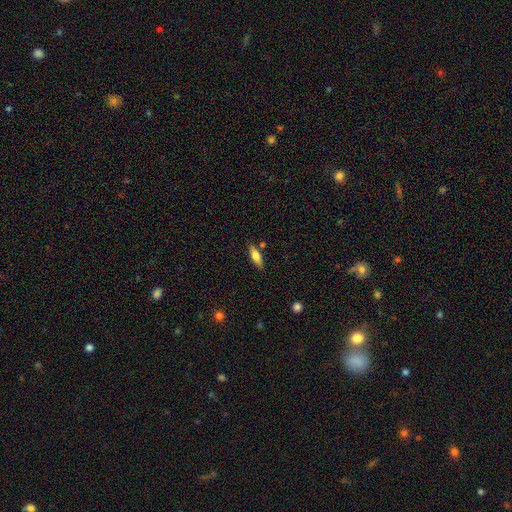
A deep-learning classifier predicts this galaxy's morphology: Overall: smooth (69%). How rounded: in between (58%; cigar-shaped 39%). Merging: none (80%).